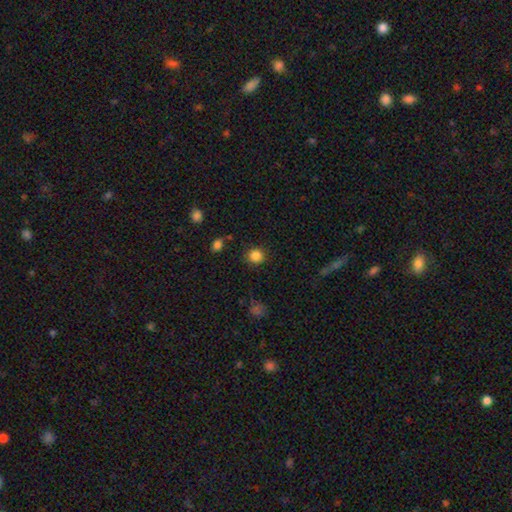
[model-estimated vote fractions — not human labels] Overall: smooth (85%). How rounded: round (89%). Merging: none (87%).